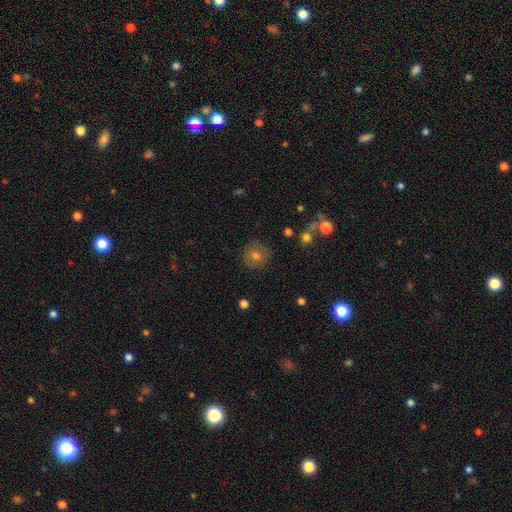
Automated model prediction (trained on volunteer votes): Morphology: type=smooth (62%); roundness=round (92%); merging=none (86%).